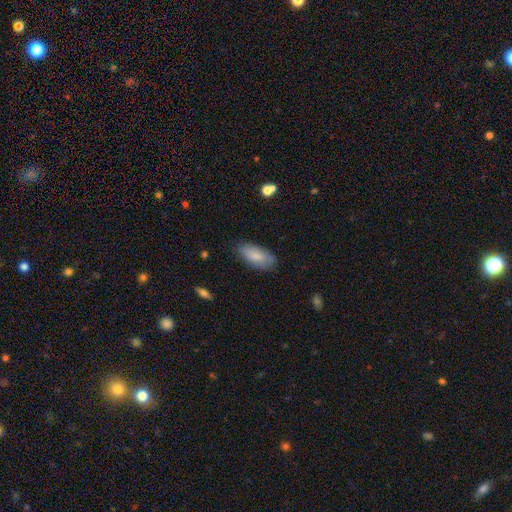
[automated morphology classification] Smooth or featured? smooth (83%)
How rounded? in between (87%)
Merging? none (80%)